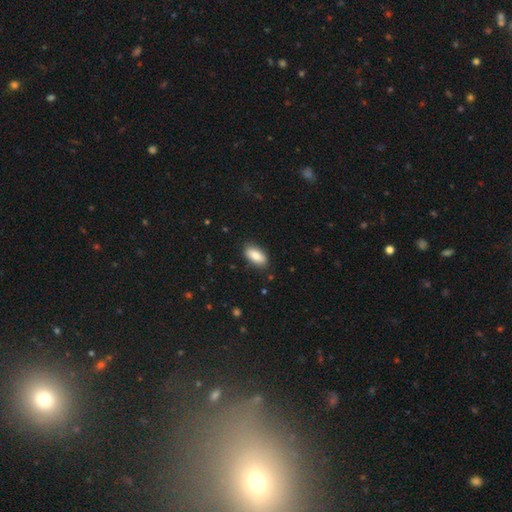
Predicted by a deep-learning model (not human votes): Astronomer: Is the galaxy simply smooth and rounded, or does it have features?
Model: smooth — 86%.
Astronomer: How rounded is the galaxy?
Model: in between — 91%.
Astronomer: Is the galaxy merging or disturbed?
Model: none — 86%.